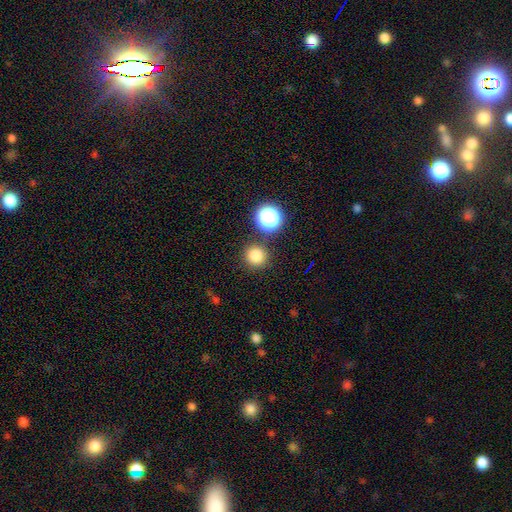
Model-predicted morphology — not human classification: Smooth or featured: smooth — 81% (star or artifact — 14%)
How rounded: round — 94% (in between — 5%)
Merging: none — 84% (minor disturbance — 7%)